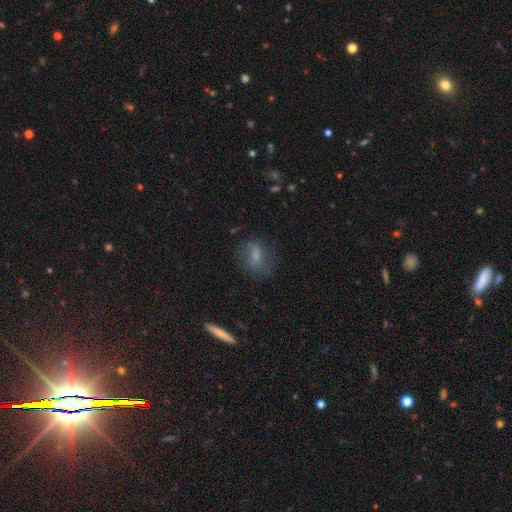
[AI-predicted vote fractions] smooth-or-featured: smooth: 62% | featured or disk: 27% | star or artifact: 11%
  how-rounded: in between: 63% | round: 20% | cigar-shaped: 17%
  merging: none: 68% | minor disturbance: 19% | major disturbance: 11% | merger: 2%